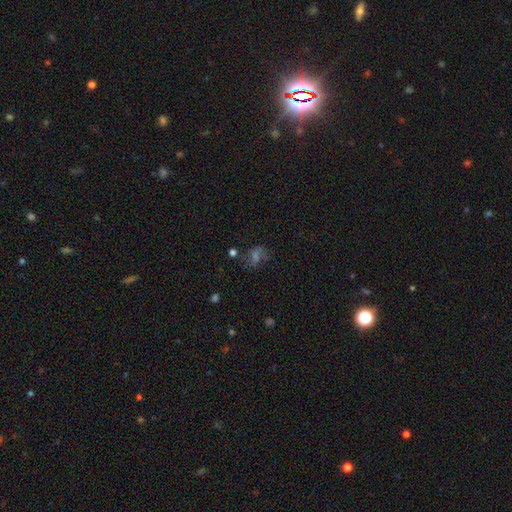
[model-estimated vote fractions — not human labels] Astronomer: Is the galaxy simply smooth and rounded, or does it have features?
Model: featured or disk — 36% (runner-up: star or artifact, 32%).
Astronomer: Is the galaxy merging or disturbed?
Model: none — 62%.